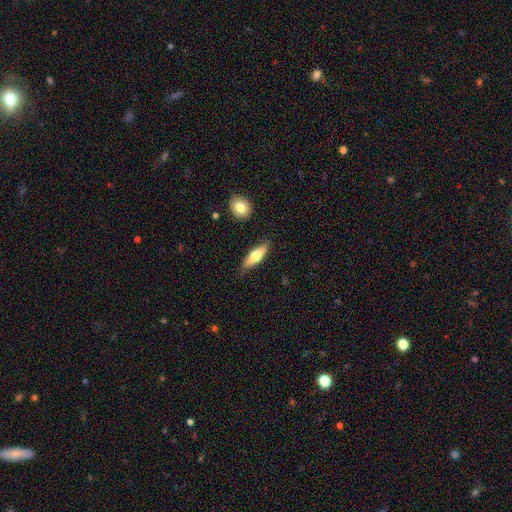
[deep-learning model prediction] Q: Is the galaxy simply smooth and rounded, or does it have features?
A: smooth — 60%.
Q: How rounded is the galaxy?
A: in between — 52%.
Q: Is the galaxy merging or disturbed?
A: none — 81%.